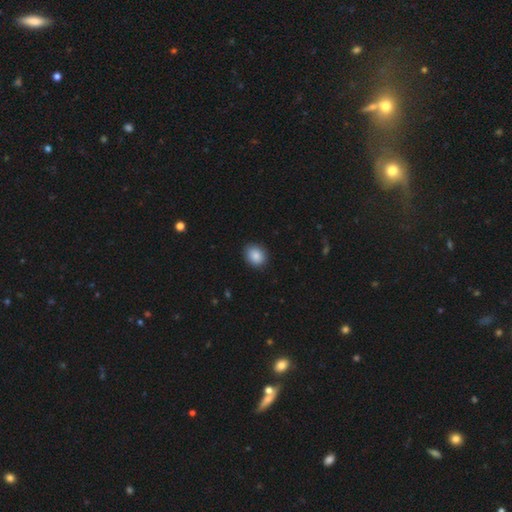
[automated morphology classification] Smooth or featured: smooth — 88% (star or artifact — 8%)
How rounded: round — 57% (in between — 42%)
Merging: none — 89% (minor disturbance — 8%)